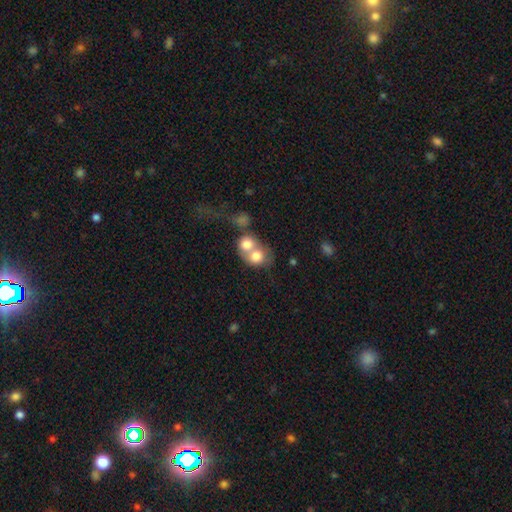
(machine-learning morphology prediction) smooth_or_featured: smooth (p=0.72) [alt: featured or disk p=0.19]
how_rounded: round (p=0.67) [alt: in between p=0.32]
merging: merger (p=0.74) [alt: none p=0.16]